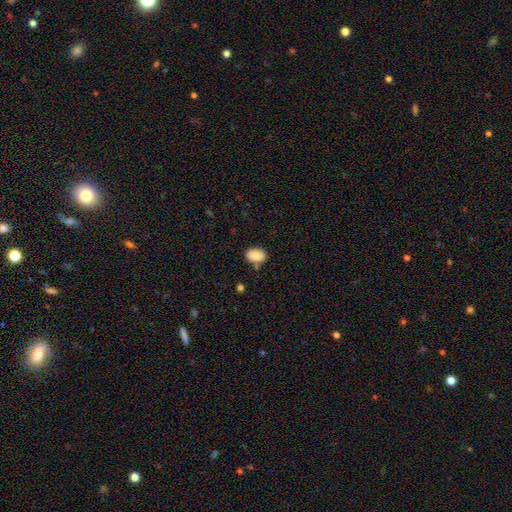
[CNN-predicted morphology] smooth_or_featured: smooth (p=0.87) [alt: star or artifact p=0.07]
how_rounded: in between (p=0.88) [alt: round p=0.11]
merging: none (p=0.77) [alt: minor disturbance p=0.14]